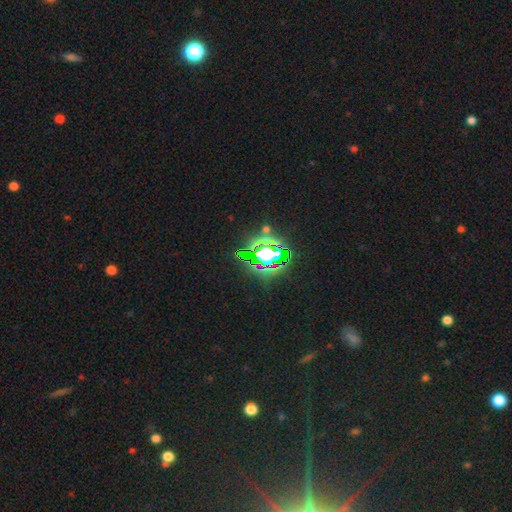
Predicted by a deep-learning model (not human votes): A star or artifact, not a galaxy (84%).

Vote fractions:
- Smooth or featured? star or artifact: 84% / smooth: 10% / featured or disk: 7%